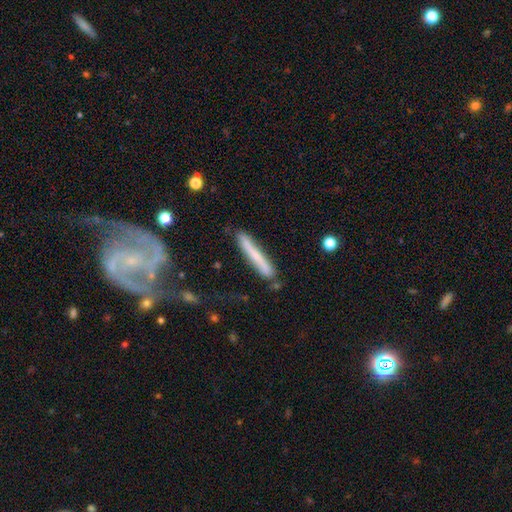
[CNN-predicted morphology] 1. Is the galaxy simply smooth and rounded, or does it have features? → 58% smooth, 35% featured or disk, 7% star or artifact.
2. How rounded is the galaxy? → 95% cigar-shaped, 3% in between, 1% round.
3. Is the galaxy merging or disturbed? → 76% none, 16% minor disturbance, 5% major disturbance, 4% merger.